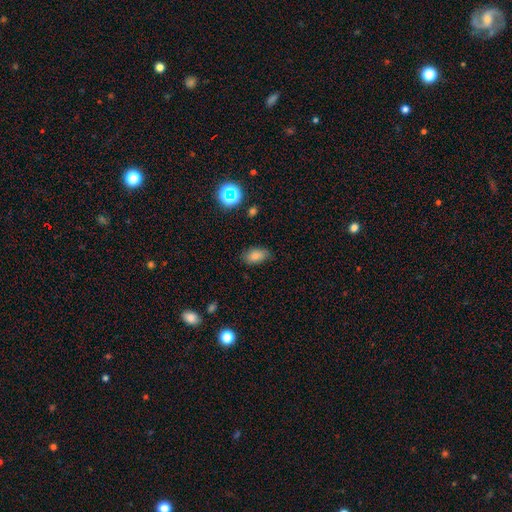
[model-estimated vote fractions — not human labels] Smooth or featured: smooth — 77% (star or artifact — 12%)
How rounded: in between — 89% (round — 9%)
Merging: none — 73% (minor disturbance — 22%)